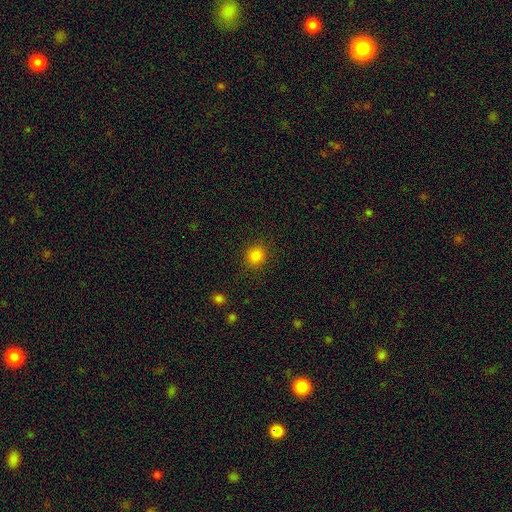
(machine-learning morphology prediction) A smooth galaxy with no disk features (82%) that is round (86%).

Vote fractions:
- Smooth or featured? smooth: 82% / star or artifact: 13% / featured or disk: 5%
- How rounded? round: 86% / in between: 13% / cigar-shaped: 1%
- Merging? none: 89% / minor disturbance: 7% / major disturbance: 3% / merger: 1%